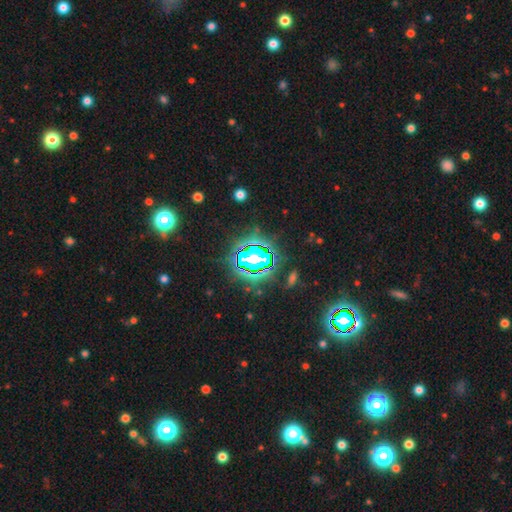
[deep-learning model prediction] This appears to be a star or artifact, not a galaxy (83%).